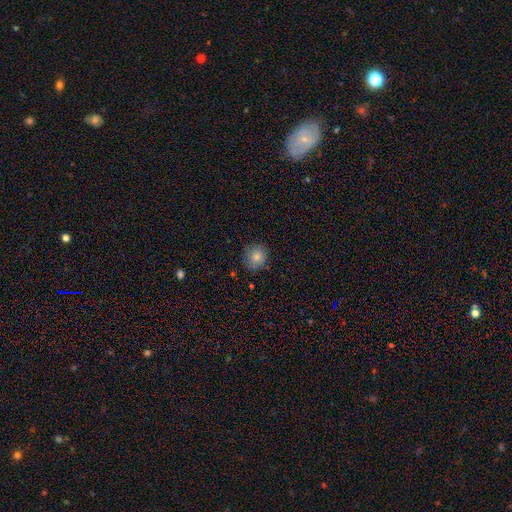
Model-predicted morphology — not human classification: The model was most divided on "smooth or featured": smooth: 72%, star or artifact: 15%, featured or disk: 13%. More confident: how rounded — round (86%); merging — none (84%).